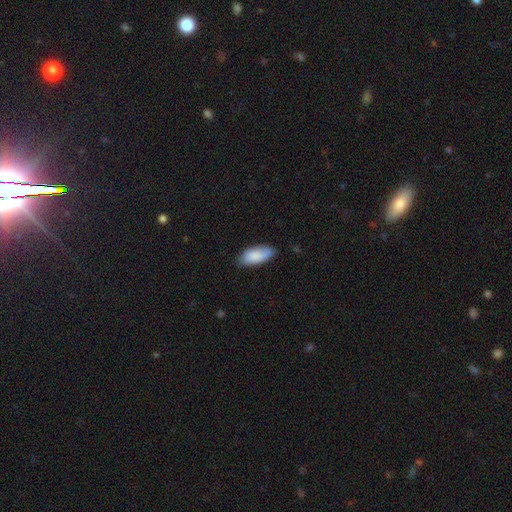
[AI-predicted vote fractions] A smooth galaxy with no disk features (87%) that is in between round and cigar-shaped (88%). Merging: none (77%).